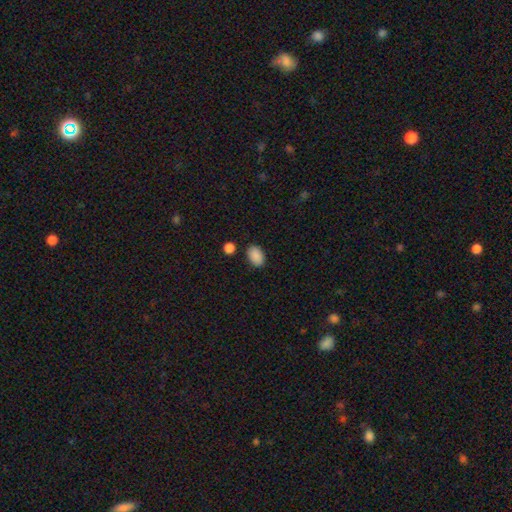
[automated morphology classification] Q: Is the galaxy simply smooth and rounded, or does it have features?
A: smooth — 89%.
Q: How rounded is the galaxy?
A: in between — 87%.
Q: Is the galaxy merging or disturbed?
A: none — 85%.